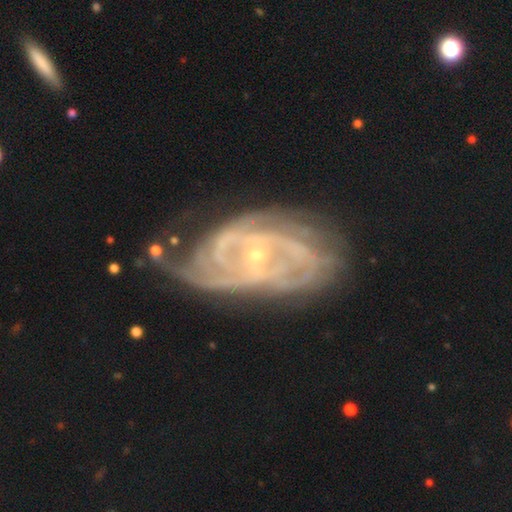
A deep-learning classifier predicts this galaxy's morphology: Smooth or featured? featured or disk (89%)
Edge-on disk? no (96%)
Bar? no (49%)
Spiral arms? yes (96%)
Spiral winding? tight (59%)
Spiral arm count? can't tell (26%, tied with 2)
Bulge size? small (83%)
Merging? none (57%)